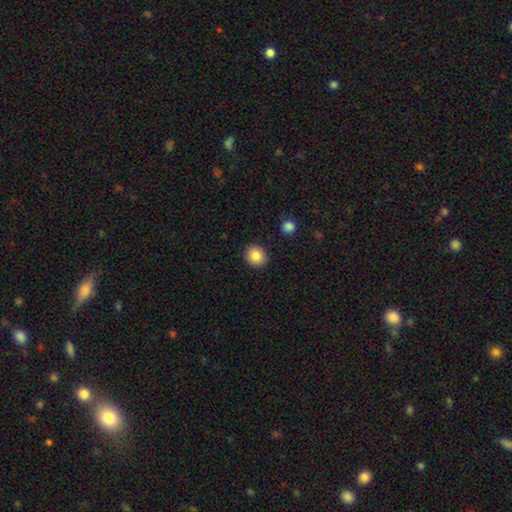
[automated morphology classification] Smooth or featured? smooth (84%)
How rounded? round (86%)
Merging? none (91%)